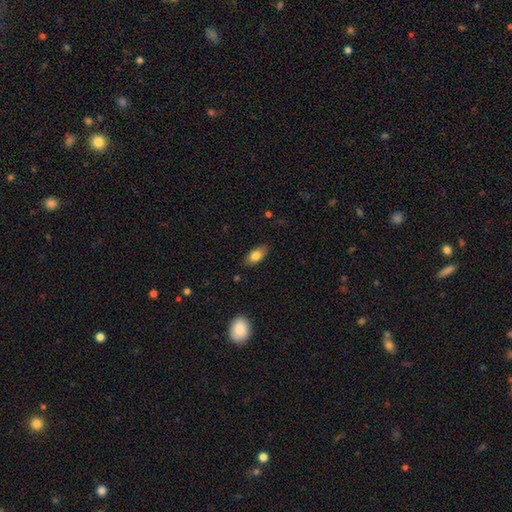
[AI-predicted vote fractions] The model was most divided on "smooth or featured": smooth: 79%, featured or disk: 14%, star or artifact: 8%. More confident: how rounded — in between (88%); merging — none (85%).